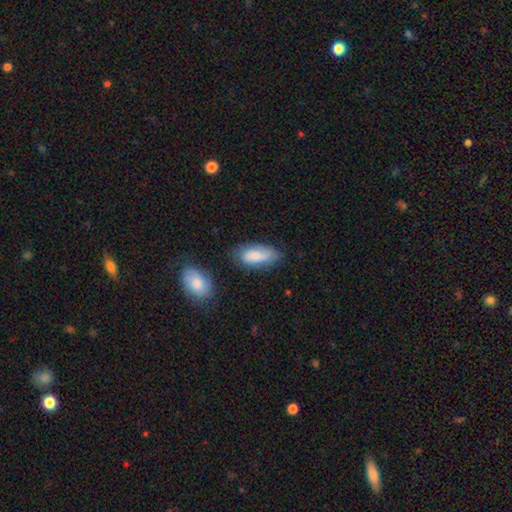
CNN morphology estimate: Overall: smooth (79%). How rounded: in between (85%). Merging: none (63%; minor disturbance 25%).